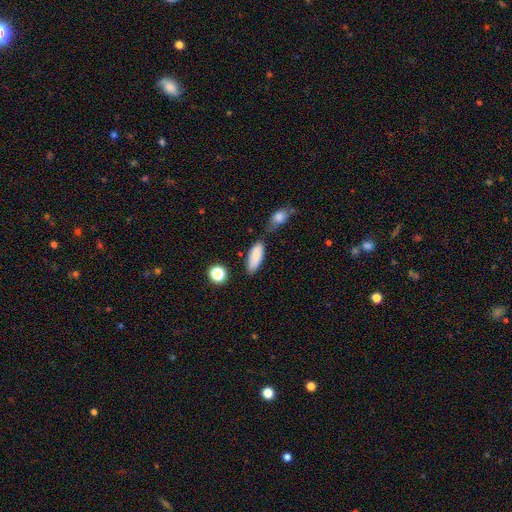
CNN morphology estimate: smooth-or-featured: smooth: 85% | star or artifact: 8% | featured or disk: 7%
  how-rounded: in between: 75% | cigar-shaped: 22% | round: 3%
  merging: none: 65% | minor disturbance: 18% | merger: 12% | major disturbance: 5%